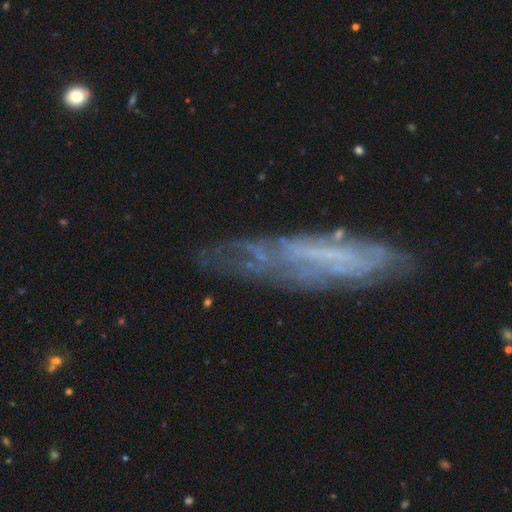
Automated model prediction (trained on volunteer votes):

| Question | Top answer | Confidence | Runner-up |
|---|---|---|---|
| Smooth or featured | featured or disk | 66% | smooth (23%) |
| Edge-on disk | no | 62% | yes (38%) |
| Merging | none | 59% | minor disturbance (24%) |